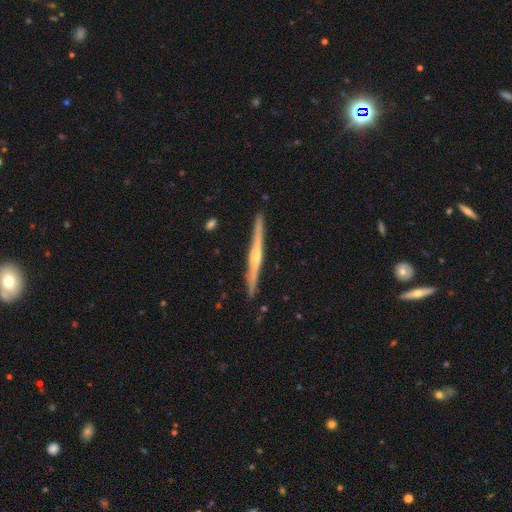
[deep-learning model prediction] This is likely a featured or disk galaxy (78%). It is clearly viewed edge-on (98%). Edge-on bulge: likely rounded (74%). Merging: clearly none (91%).